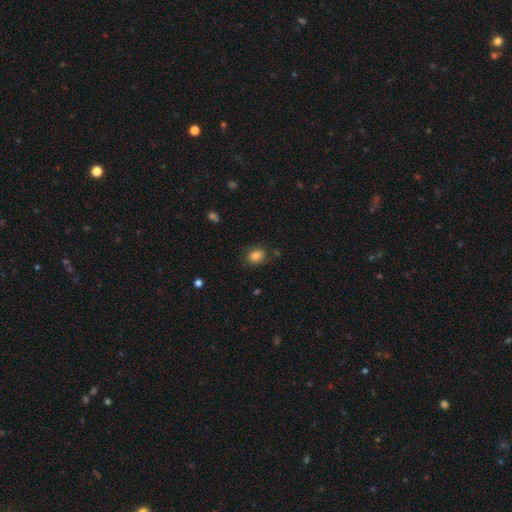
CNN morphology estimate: A smooth galaxy with no disk features (84%) that is in between round and cigar-shaped (67%). Merging: none (78%).